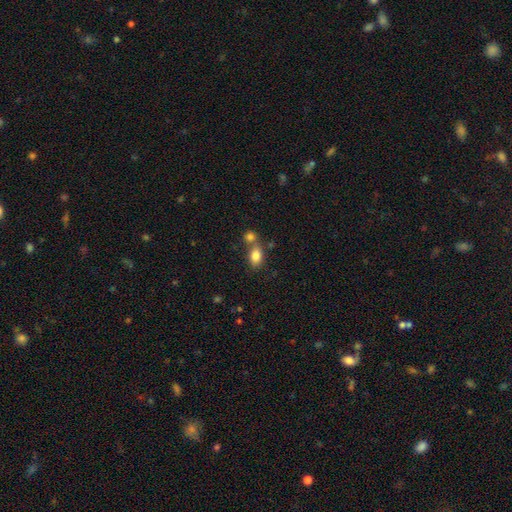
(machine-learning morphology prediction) The model was most divided on "merging": none: 50%, merger: 36%, minor disturbance: 11%, major disturbance: 4%. More confident: smooth or featured — smooth (84%); how rounded — in between (83%).